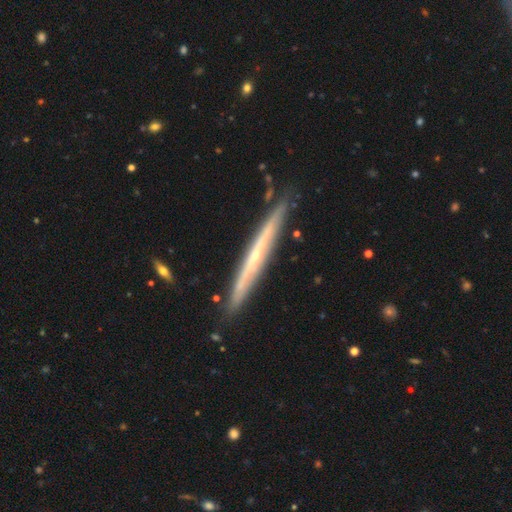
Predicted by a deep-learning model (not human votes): Overall: featured or disk (71%). Edge-on disk: yes (94%). Edge-on bulge: none (51%; rounded 46%). Merging: none (85%).